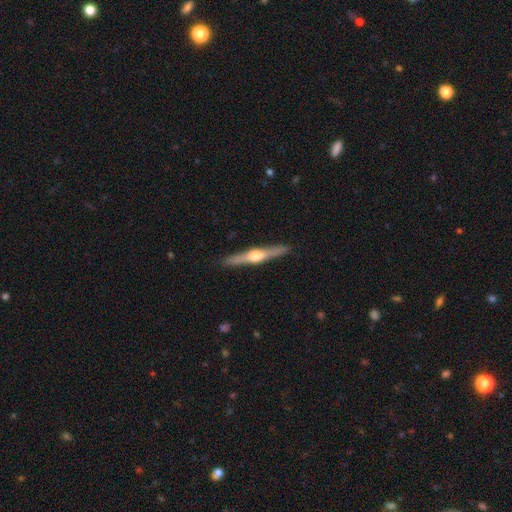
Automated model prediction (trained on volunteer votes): smooth_or_featured: featured or disk (p=0.74) [alt: smooth p=0.22]
disk_edge_on: yes (p=0.98) [alt: no p=0.02]
edge_on_bulge: rounded (p=0.94) [alt: boxy p=0.03]
merging: none (p=0.91) [alt: minor disturbance p=0.06]